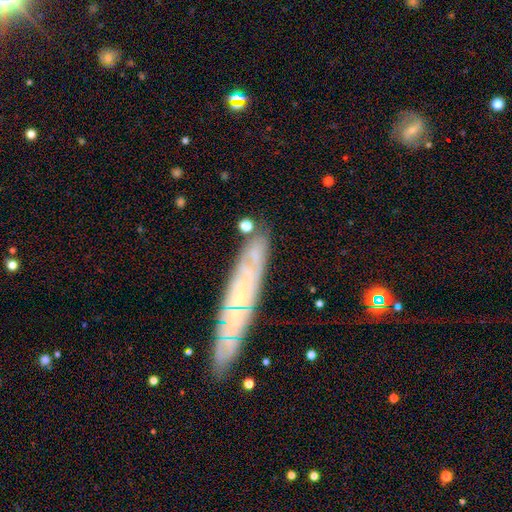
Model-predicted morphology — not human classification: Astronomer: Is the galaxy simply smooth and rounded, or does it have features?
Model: smooth — 52% (runner-up: featured or disk, 35%).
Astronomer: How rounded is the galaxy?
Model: cigar-shaped — 45% (runner-up: in between, 44%).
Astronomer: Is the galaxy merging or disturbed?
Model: none — 71%.